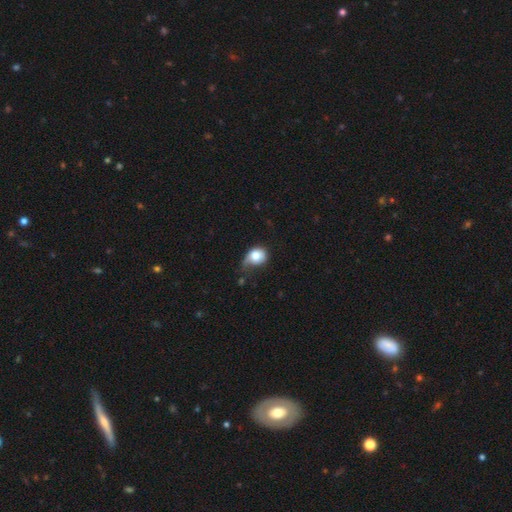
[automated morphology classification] smooth_or_featured: smooth (p=0.75) [alt: featured or disk p=0.17]
how_rounded: round (p=0.60) [alt: in between p=0.39]
merging: minor disturbance (p=0.38) [alt: major disturbance p=0.28]